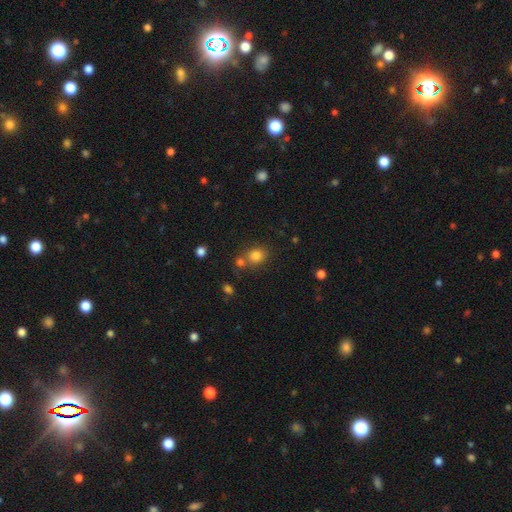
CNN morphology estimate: Smooth or featured? Predicted: smooth (p=0.81). How rounded? Predicted: round (p=0.67). Merging? Predicted: none (p=0.61).